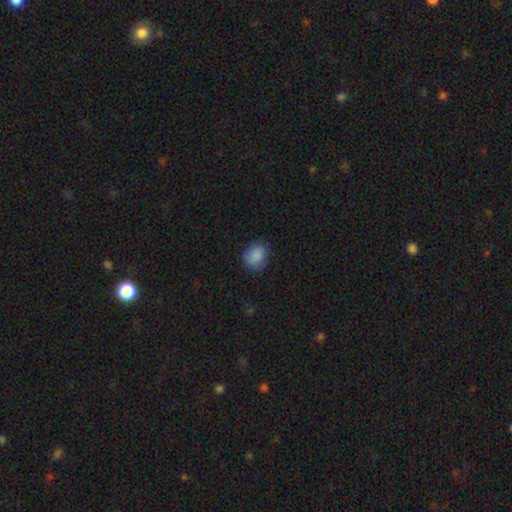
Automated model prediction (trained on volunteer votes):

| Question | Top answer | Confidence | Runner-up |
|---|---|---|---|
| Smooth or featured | smooth | 87% | star or artifact (8%) |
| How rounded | round | 63% | in between (37%) |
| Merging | none | 79% | minor disturbance (17%) |